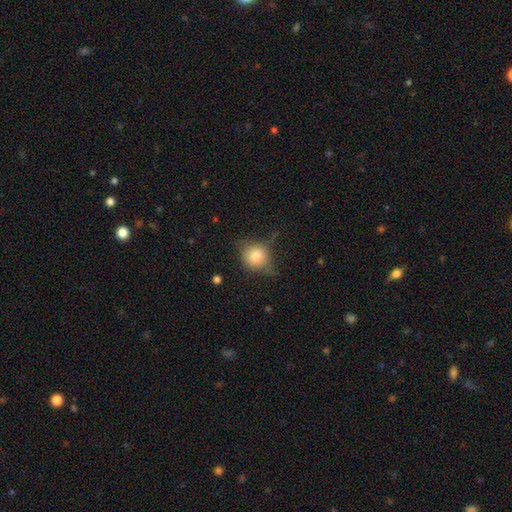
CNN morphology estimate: Smooth or featured? Predicted: smooth (p=0.76). How rounded? Predicted: round (p=0.75). Merging? Predicted: none (p=0.55).